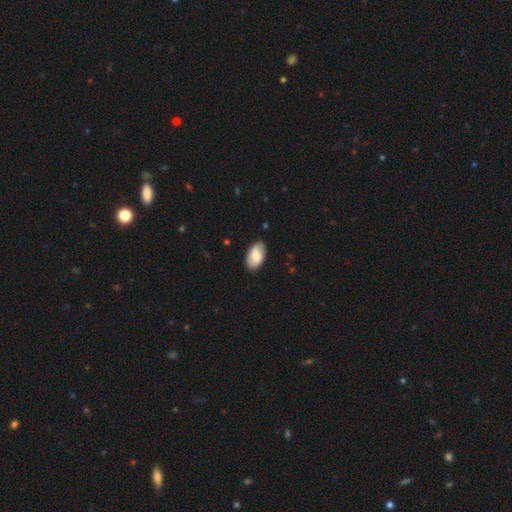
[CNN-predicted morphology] type=smooth (73%); roundness=in between (95%); merging=none (85%).